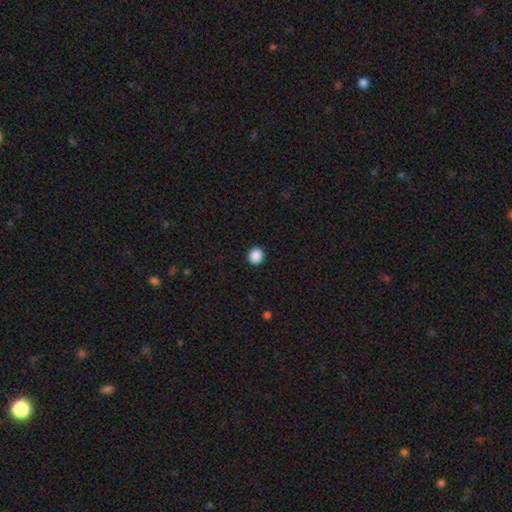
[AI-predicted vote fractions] This appears to be a smooth galaxy with no disk features (89%) that is round (83%). Merging: none (92%).